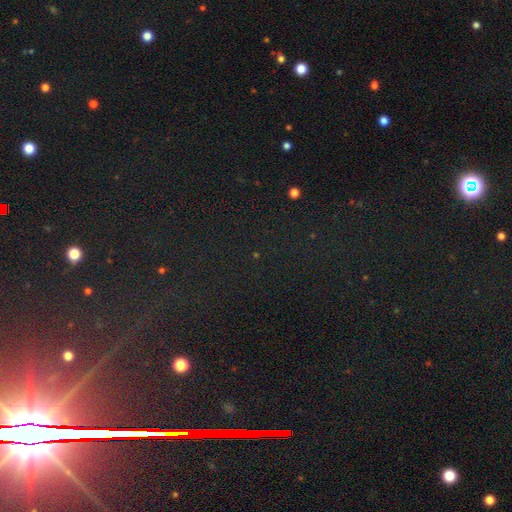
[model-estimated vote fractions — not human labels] Smooth or featured? Predicted: star or artifact (p=0.83).